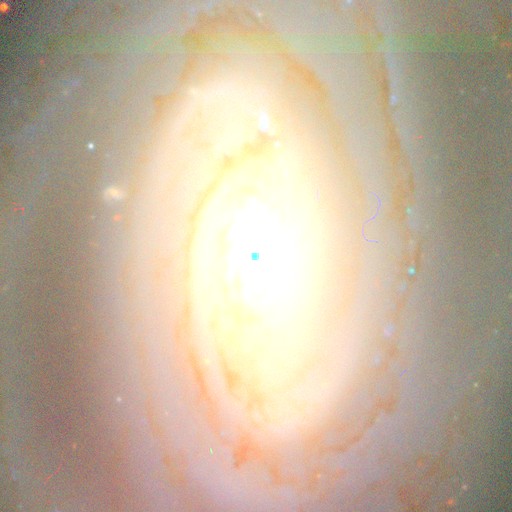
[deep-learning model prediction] A featured or disk galaxy (86%) with no bar (54%), tight (75%) spiral arms (91%) and a moderate central bulge (56%). Merging: none (70%).